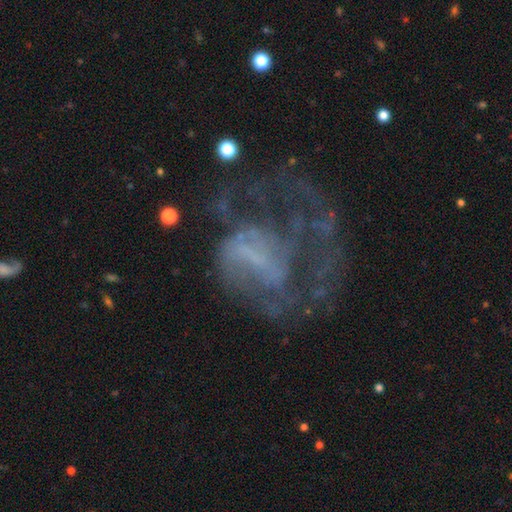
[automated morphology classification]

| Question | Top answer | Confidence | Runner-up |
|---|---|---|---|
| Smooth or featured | featured or disk | 66% | smooth (18%) |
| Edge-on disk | no | 97% | yes (3%) |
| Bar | no | 62% | weak (27%) |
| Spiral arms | no | 58% | yes (42%) |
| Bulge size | none | 66% | small (19%) |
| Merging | major disturbance | 54% | none (27%) |